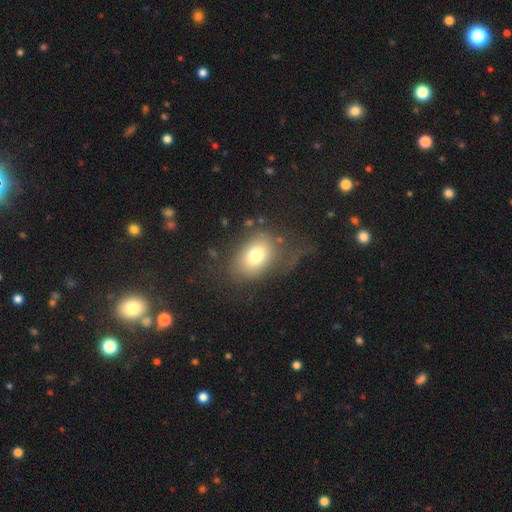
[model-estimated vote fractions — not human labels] smooth_or_featured: smooth (p=0.73) [alt: featured or disk p=0.17]
how_rounded: in between (p=0.76) [alt: round p=0.23]
merging: none (p=0.49) [alt: major disturbance p=0.26]